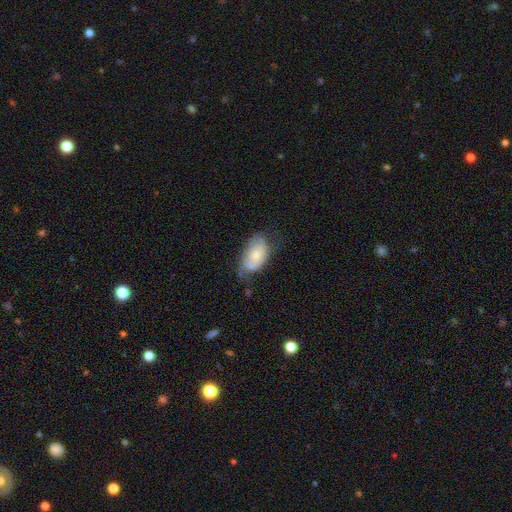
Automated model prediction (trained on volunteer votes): Smooth or featured: smooth — 62% (featured or disk — 31%)
How rounded: in between — 93% (round — 5%)
Merging: none — 43% (minor disturbance — 37%)